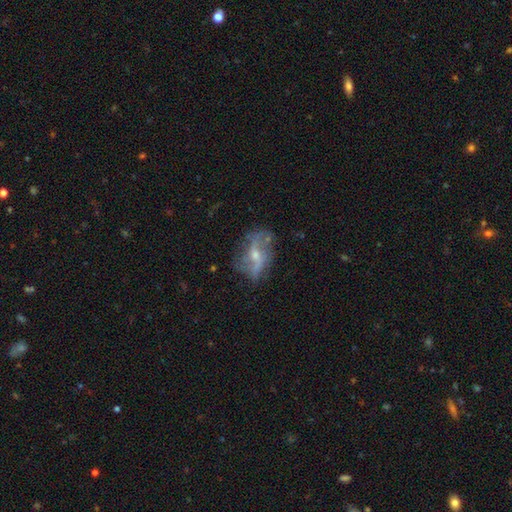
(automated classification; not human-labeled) Smooth or featured: featured or disk — 72% (smooth — 17%)
Edge-on disk: no — 91% (yes — 9%)
Bar: no — 42% (weak — 40%)
Spiral arms: yes — 72% (no — 28%)
Bulge size: small — 50% (moderate — 43%)
Merging: none — 61% (minor disturbance — 22%)